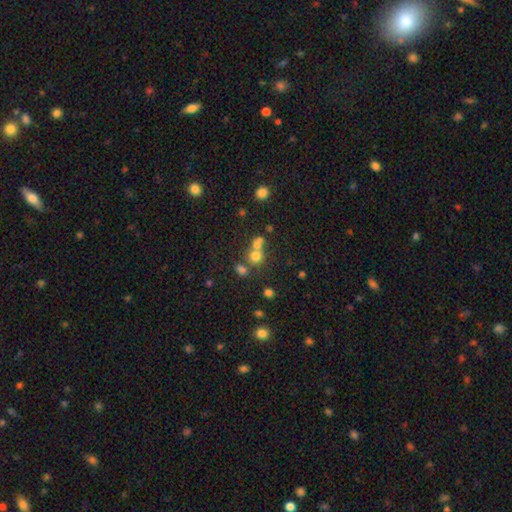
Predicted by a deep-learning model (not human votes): Smooth or featured? smooth (68%)
How rounded? round (83%)
Merging? merger (45%)